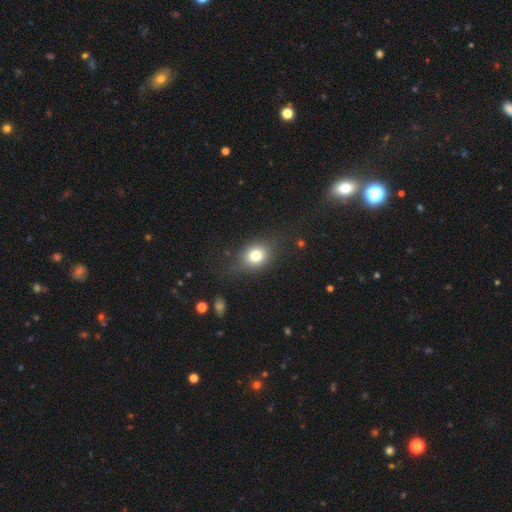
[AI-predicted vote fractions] A smooth galaxy with no disk features (77%) that is round (52%). Merging: none (72%).